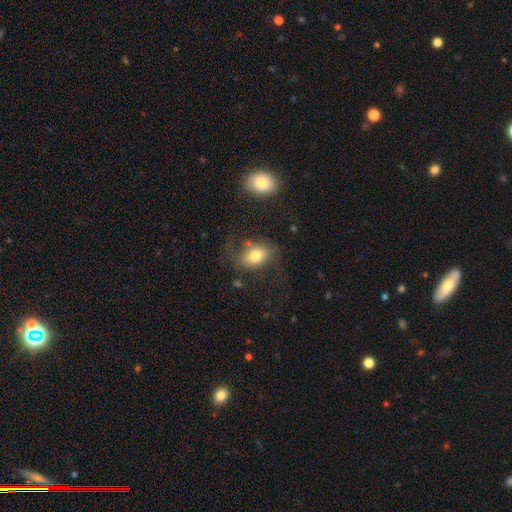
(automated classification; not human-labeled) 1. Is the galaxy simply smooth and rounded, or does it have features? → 75% smooth, 15% featured or disk, 9% star or artifact.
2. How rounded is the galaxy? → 77% in between, 21% round, 1% cigar-shaped.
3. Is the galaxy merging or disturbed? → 61% none, 20% minor disturbance, 14% major disturbance, 5% merger.